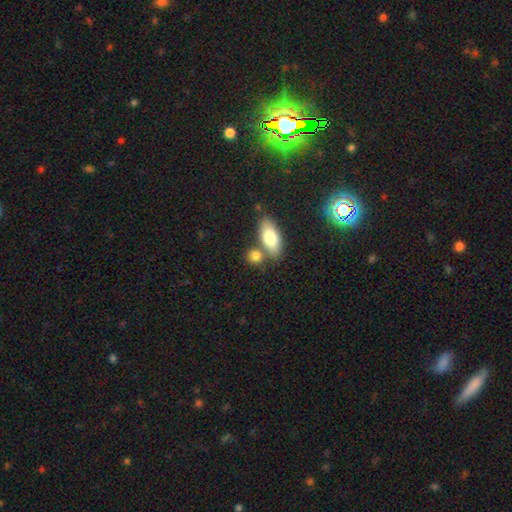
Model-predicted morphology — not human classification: This appears to be a smooth galaxy with no disk features (82%) that is in between round and cigar-shaped (58%). Merging: none (59%).